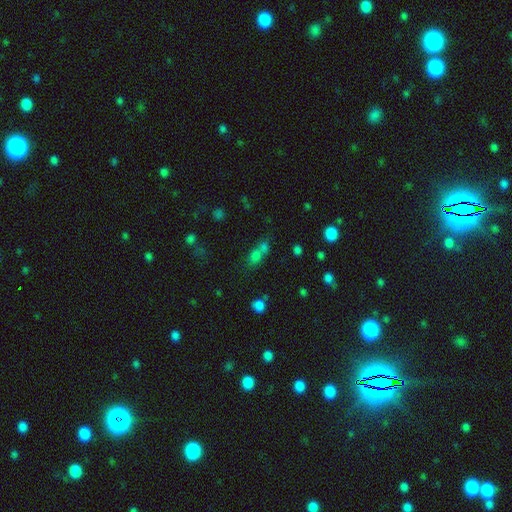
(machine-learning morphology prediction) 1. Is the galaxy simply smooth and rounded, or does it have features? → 68% smooth, 21% star or artifact, 12% featured or disk.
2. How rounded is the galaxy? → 52% in between, 41% round, 7% cigar-shaped.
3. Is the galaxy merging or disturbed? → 53% merger, 33% none, 9% minor disturbance, 5% major disturbance.